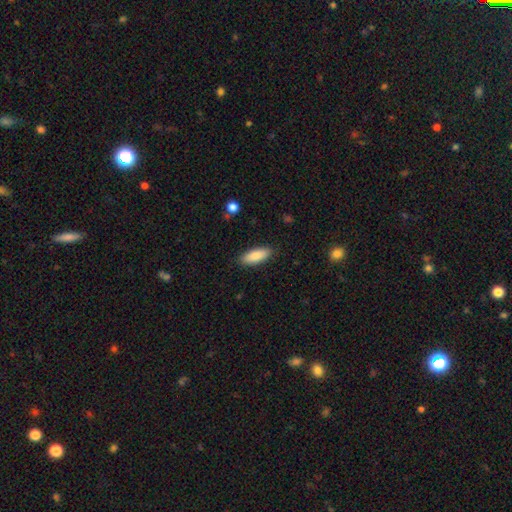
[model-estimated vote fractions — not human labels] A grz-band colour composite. It shows a smooth galaxy with no disk features (86%) that is in between round and cigar-shaped (71%). Merging: none (87%).